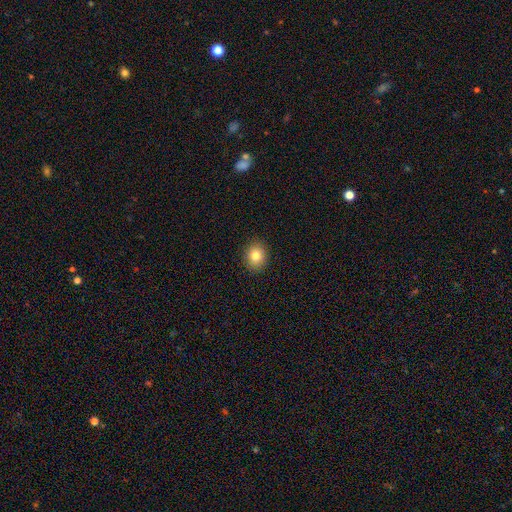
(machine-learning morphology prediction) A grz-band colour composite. It shows a smooth galaxy with no disk features (81%) that is round (66%). Merging: none (91%).